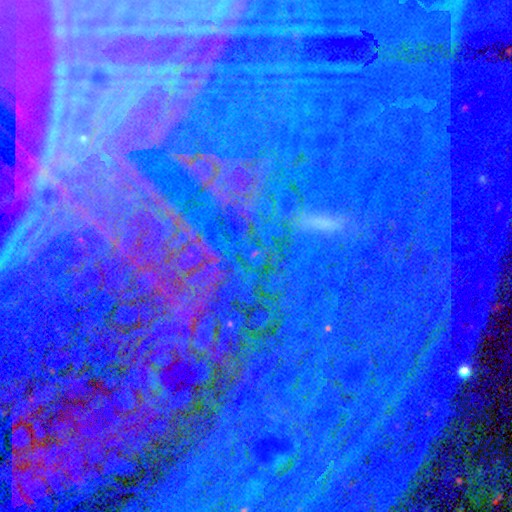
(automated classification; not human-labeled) Morphology: type=star or artifact (77%).